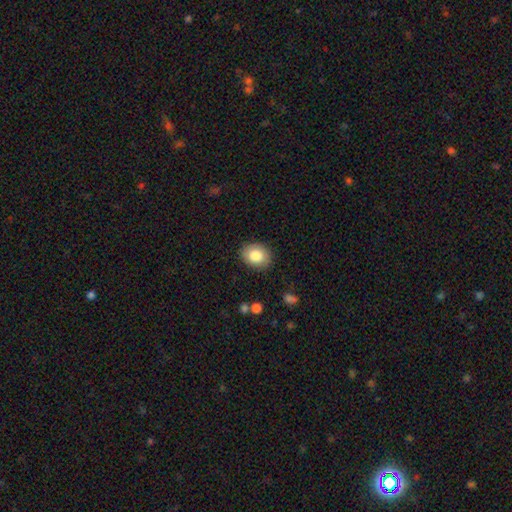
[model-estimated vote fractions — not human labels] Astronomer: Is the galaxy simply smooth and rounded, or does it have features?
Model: smooth — 83%.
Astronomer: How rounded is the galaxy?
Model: in between — 58% (runner-up: round, 42%).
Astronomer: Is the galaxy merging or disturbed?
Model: none — 87%.